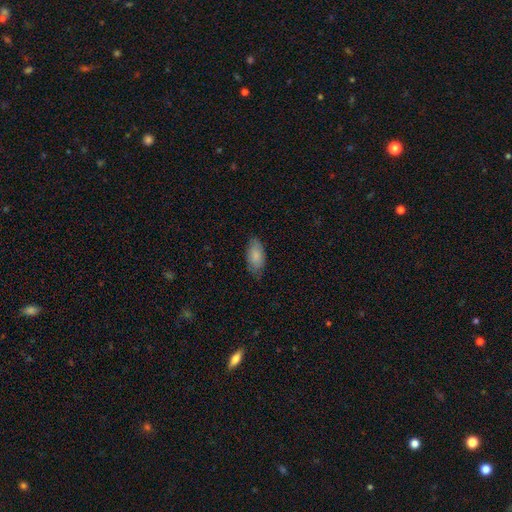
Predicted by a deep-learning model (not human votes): Overall: smooth (85%). How rounded: in between (93%). Merging: none (77%).